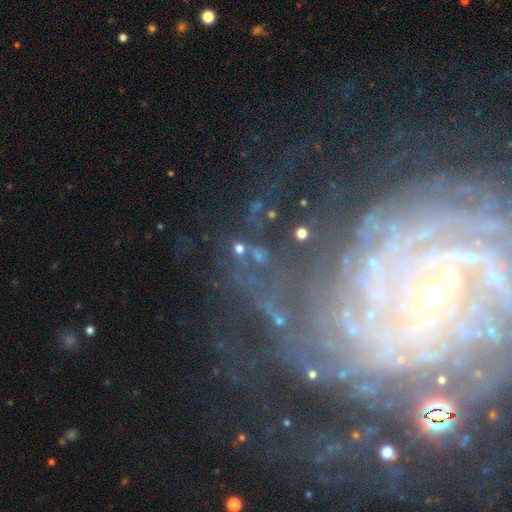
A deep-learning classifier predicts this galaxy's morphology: Overall: featured or disk (51%; star or artifact 32%). Edge-on disk: no (93%). Merging: none (58%).